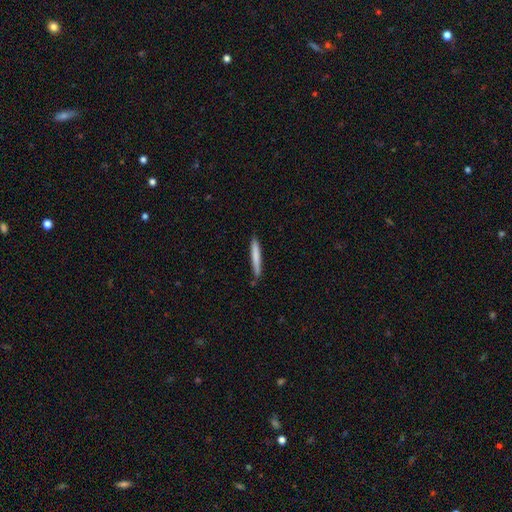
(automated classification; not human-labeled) smooth_or_featured: smooth (p=0.73) [alt: featured or disk p=0.21]
how_rounded: cigar-shaped (p=0.96) [alt: in between p=0.03]
merging: none (p=0.85) [alt: minor disturbance p=0.11]